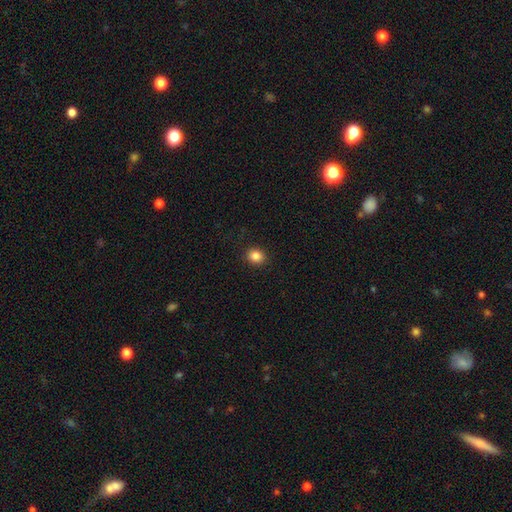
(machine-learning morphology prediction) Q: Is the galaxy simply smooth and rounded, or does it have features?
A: smooth — 85%.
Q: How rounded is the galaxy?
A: round — 73%.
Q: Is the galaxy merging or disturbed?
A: none — 91%.